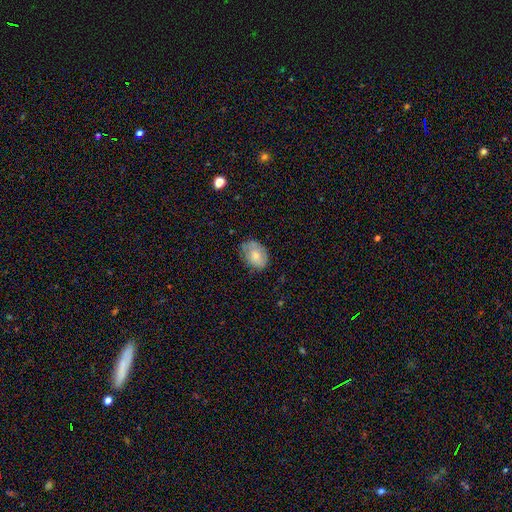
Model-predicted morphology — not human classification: smooth-or-featured: smooth: 67% | featured or disk: 25% | star or artifact: 7%
  how-rounded: in between: 74% | round: 24% | cigar-shaped: 1%
  merging: none: 67% | minor disturbance: 26% | major disturbance: 7% | merger: 1%